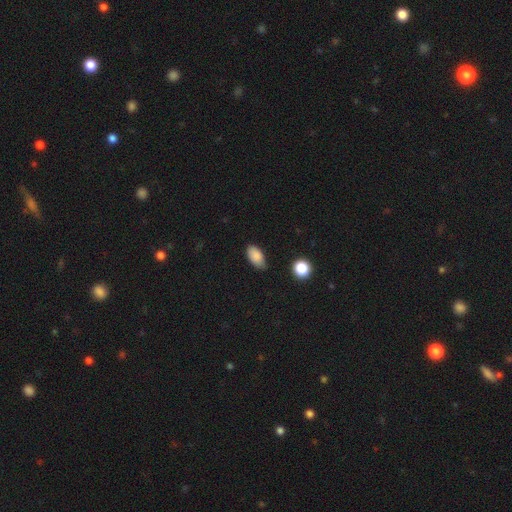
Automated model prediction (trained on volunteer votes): Smooth or featured? Predicted: smooth (p=0.86). How rounded? Predicted: in between (p=0.92). Merging? Predicted: none (p=0.65).